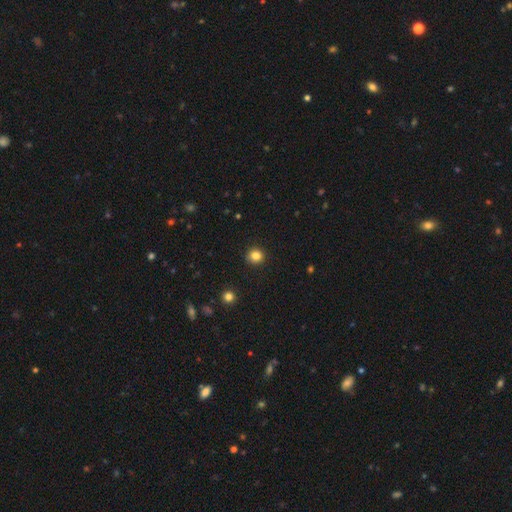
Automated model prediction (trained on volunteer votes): Smooth or featured?
  - smooth: 83% *
  - star or artifact: 12%
  - featured or disk: 5%
How rounded?
  - round: 91% *
  - in between: 8%
  - cigar-shaped: 1%
Merging?
  - none: 91% *
  - minor disturbance: 6%
  - major disturbance: 2%
  - merger: 1%